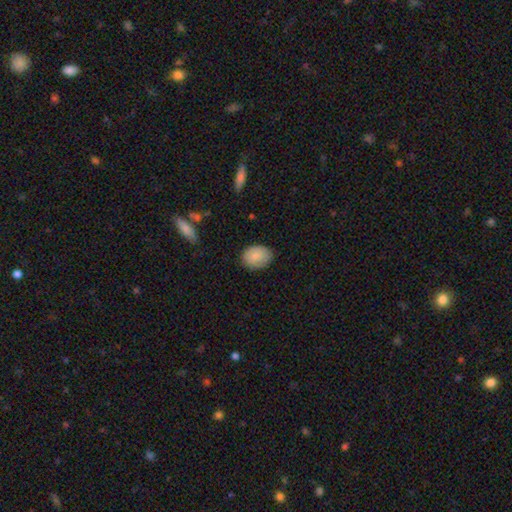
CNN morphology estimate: Smooth or featured?
  - smooth: 86% *
  - featured or disk: 8%
  - star or artifact: 7%
How rounded?
  - in between: 66% *
  - round: 33%
  - cigar-shaped: 1%
Merging?
  - none: 78% *
  - minor disturbance: 17%
  - major disturbance: 3%
  - merger: 1%